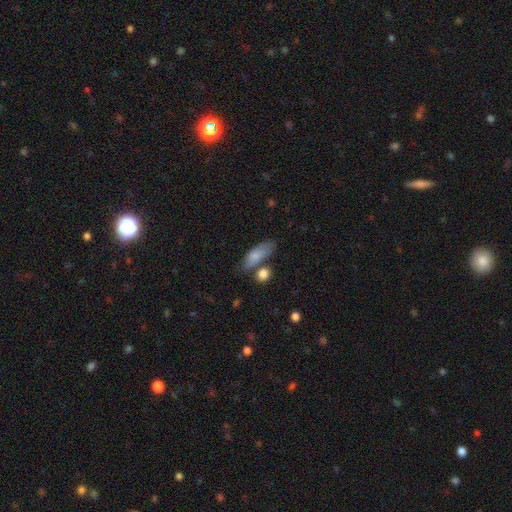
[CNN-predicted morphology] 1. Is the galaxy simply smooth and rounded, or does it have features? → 79% smooth, 14% featured or disk, 7% star or artifact.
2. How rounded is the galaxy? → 70% in between, 25% cigar-shaped, 5% round.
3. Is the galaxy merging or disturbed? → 53% none, 22% minor disturbance, 16% merger, 9% major disturbance.